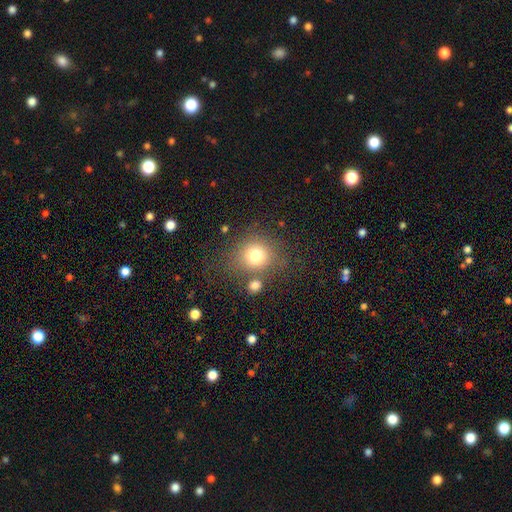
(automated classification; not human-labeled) This appears to be a smooth galaxy with no disk features (74%) that is round (81%). Merging: none (69%).